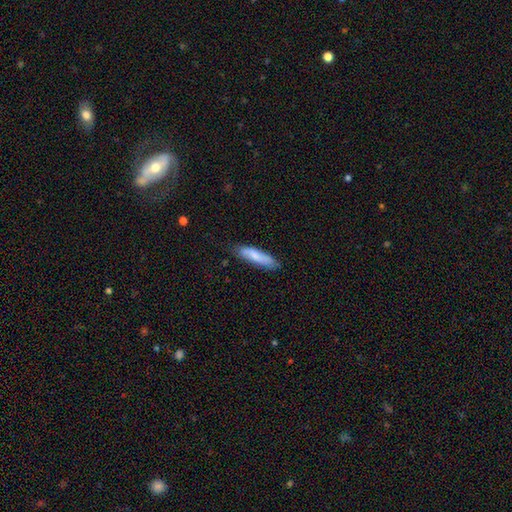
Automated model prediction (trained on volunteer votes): Overall: smooth (77%). How rounded: cigar-shaped (70%). Merging: none (76%).